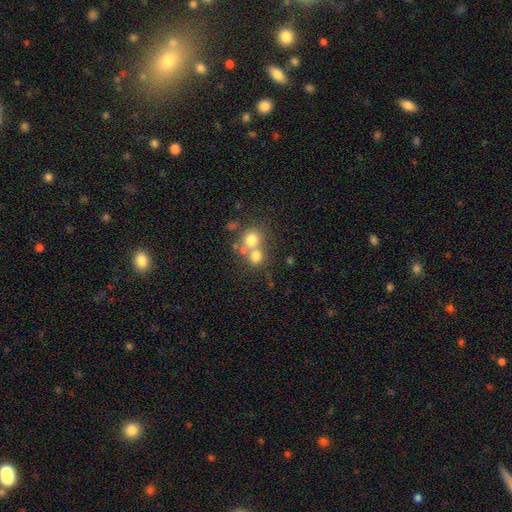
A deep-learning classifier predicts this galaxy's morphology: Smooth or featured? Predicted: smooth (p=0.70). How rounded? Predicted: round (p=0.79). Merging? Predicted: merger (p=0.53).